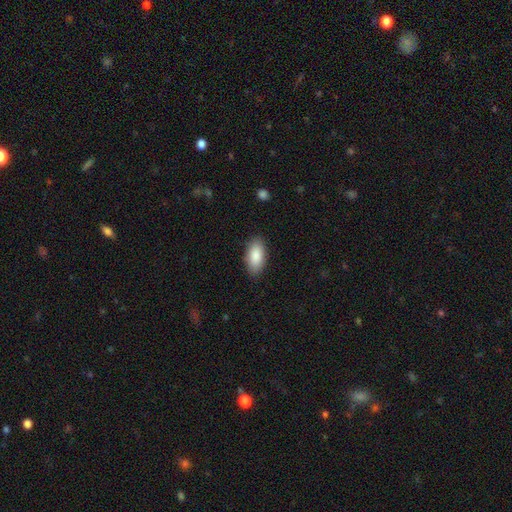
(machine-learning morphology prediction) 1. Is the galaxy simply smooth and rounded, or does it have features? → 88% smooth, 6% featured or disk, 6% star or artifact.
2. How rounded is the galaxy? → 92% in between, 6% cigar-shaped, 2% round.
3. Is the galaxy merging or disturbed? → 87% none, 9% minor disturbance, 2% major disturbance, 1% merger.